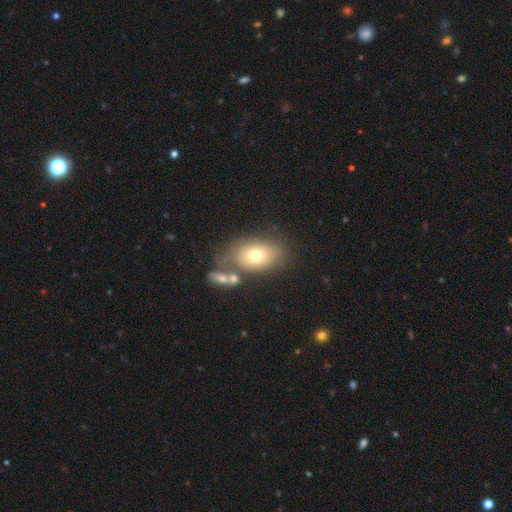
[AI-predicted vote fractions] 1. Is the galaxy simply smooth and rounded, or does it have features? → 71% smooth, 19% featured or disk, 10% star or artifact.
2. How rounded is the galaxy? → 83% in between, 15% round, 2% cigar-shaped.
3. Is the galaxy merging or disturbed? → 59% none, 18% merger, 16% minor disturbance, 8% major disturbance.